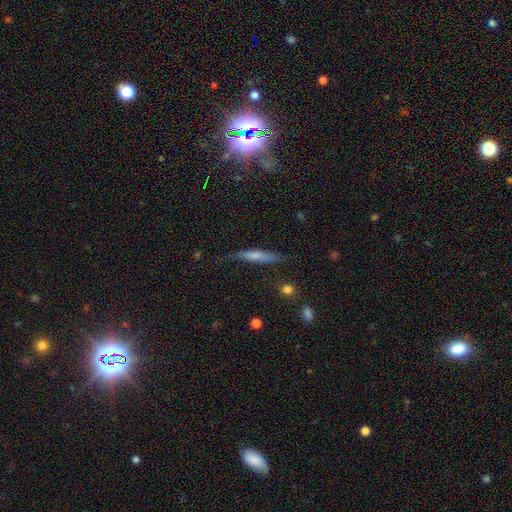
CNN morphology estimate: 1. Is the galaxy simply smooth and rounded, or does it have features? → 54% smooth, 38% featured or disk, 8% star or artifact.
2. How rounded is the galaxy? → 84% cigar-shaped, 13% in between, 2% round.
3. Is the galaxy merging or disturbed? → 61% none, 26% minor disturbance, 10% major disturbance, 3% merger.